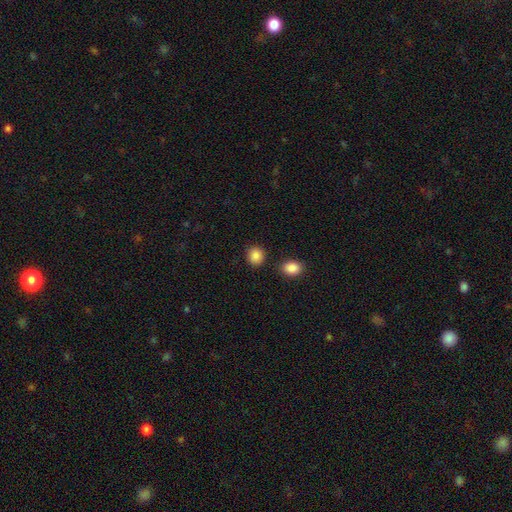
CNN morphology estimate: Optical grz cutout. It shows a smooth galaxy with no disk features (88%) that is round (82%). Merging: none (86%).